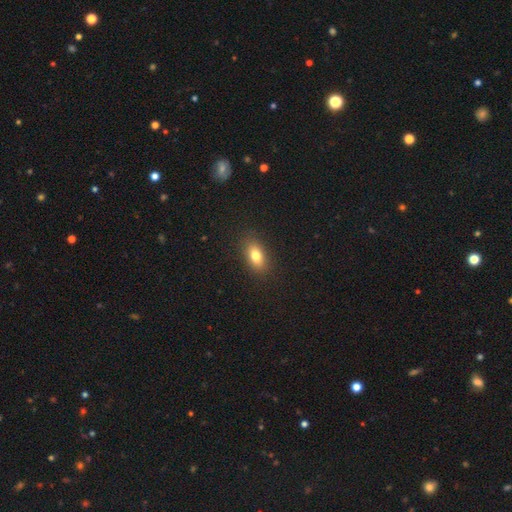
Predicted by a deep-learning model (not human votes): Smooth or featured: smooth — 79% (featured or disk — 12%)
How rounded: in between — 84% (round — 10%)
Merging: none — 88% (minor disturbance — 8%)